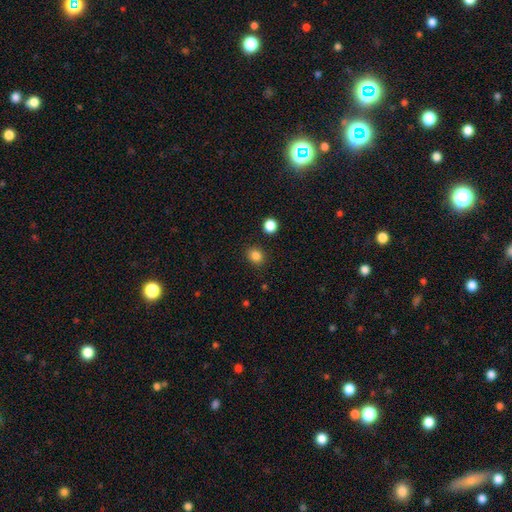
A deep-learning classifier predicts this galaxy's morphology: The model was most divided on "how rounded": round: 64%, in between: 35%, cigar-shaped: 1%. More confident: merging — none (87%); smooth or featured — smooth (85%).